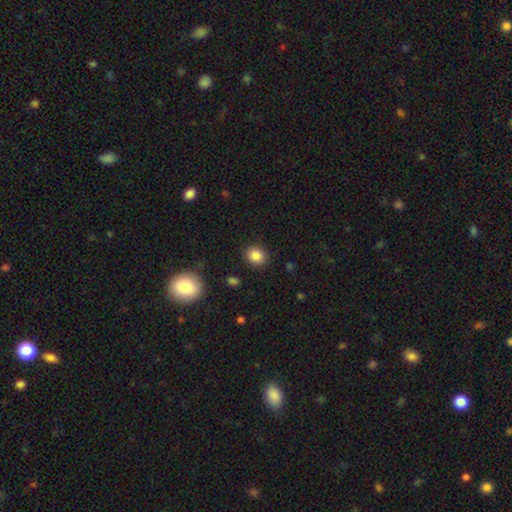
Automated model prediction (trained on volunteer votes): A smooth galaxy with no disk features (86%) that is round (74%).

Vote fractions:
- Smooth or featured? smooth: 86% / star or artifact: 10% / featured or disk: 4%
- How rounded? round: 74% / in between: 25% / cigar-shaped: 1%
- Merging? none: 89% / minor disturbance: 7% / major disturbance: 2% / merger: 1%